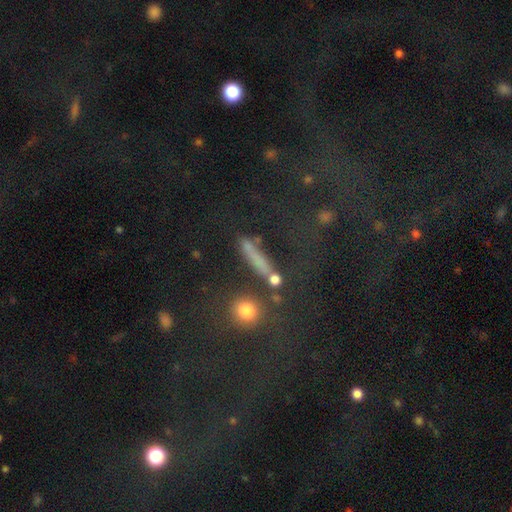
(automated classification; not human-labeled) Smooth or featured? Predicted: smooth (p=0.57). How rounded? Predicted: cigar-shaped (p=0.52). Merging? Predicted: none (p=0.69).